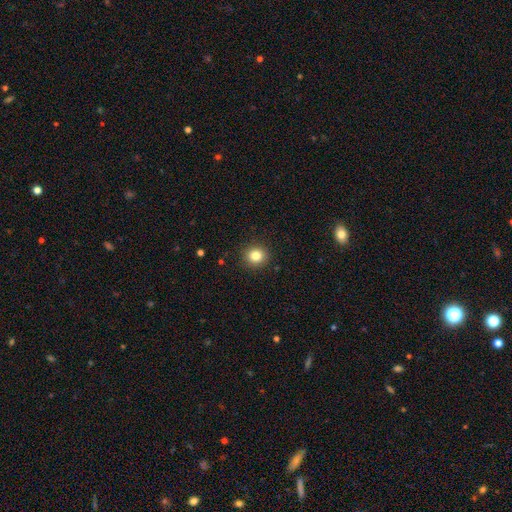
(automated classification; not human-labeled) This is clearly a smooth galaxy (83%). How rounded: clearly round (90%). Merging: clearly none (91%).